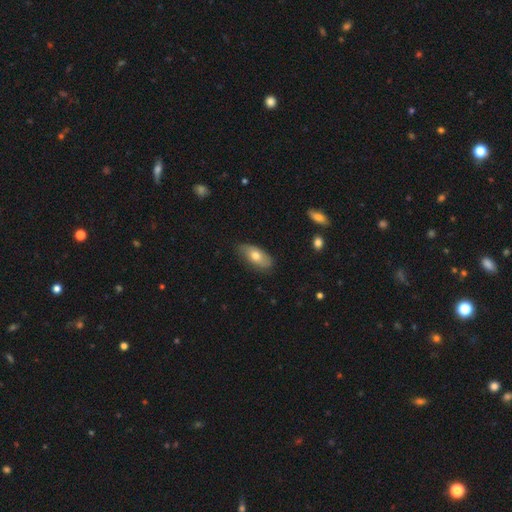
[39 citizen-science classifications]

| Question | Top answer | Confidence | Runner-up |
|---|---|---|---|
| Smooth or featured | smooth | 72% | featured or disk (18%) |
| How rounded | in between | 100% | — |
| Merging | none | 71% | minor disturbance (17%) |